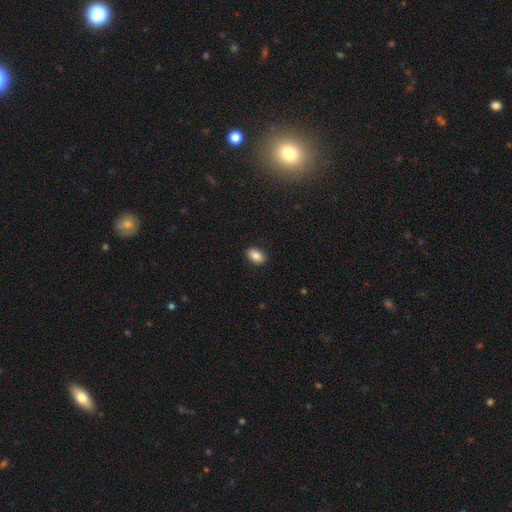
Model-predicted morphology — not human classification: Smooth or featured: smooth — 86% (star or artifact — 8%)
How rounded: in between — 89% (round — 9%)
Merging: none — 89% (minor disturbance — 8%)